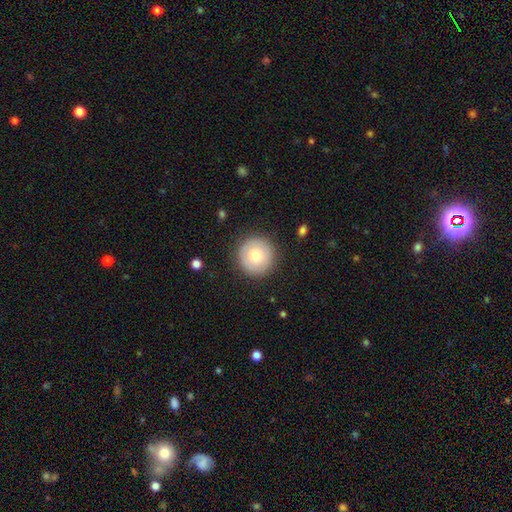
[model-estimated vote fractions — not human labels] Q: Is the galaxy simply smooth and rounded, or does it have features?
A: smooth — 73%.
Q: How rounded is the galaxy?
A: round — 96%.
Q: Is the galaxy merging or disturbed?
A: none — 89%.